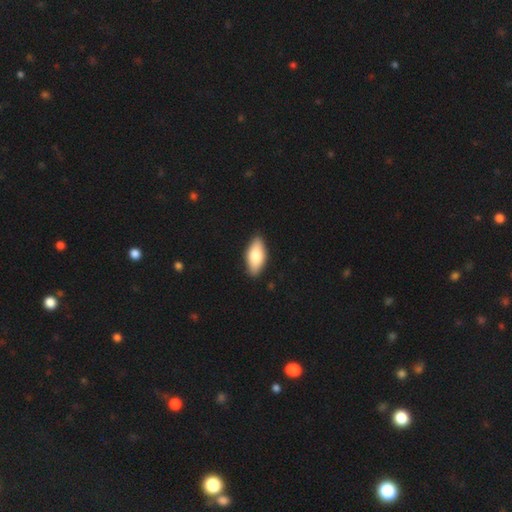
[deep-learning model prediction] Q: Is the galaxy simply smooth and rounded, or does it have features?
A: smooth — 78%.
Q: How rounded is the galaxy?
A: in between — 89%.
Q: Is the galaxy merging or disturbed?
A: none — 87%.